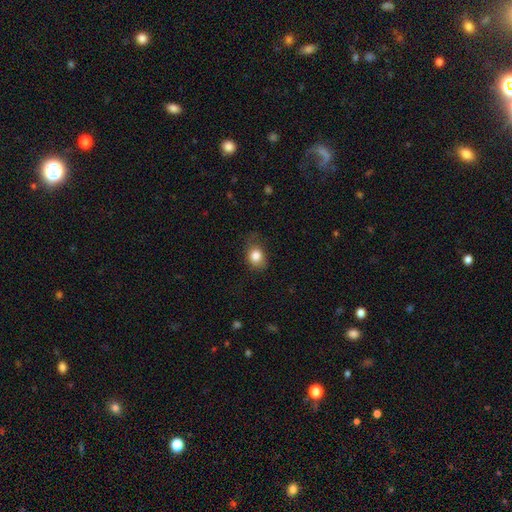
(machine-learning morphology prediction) smooth 83%, star or artifact 9%, featured or disk 7%. Down the decision tree: how rounded — in between (53%); merging — none (55%).